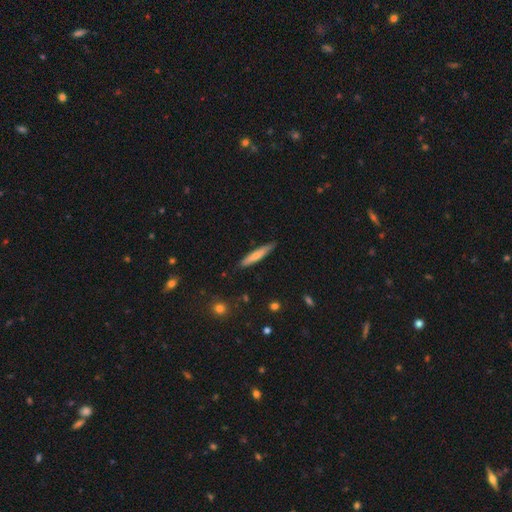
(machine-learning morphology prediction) A smooth galaxy with no disk features (63%) that is cigar-shaped (91%).

Vote fractions:
- Smooth or featured? smooth: 63% / featured or disk: 31% / star or artifact: 6%
- How rounded? cigar-shaped: 91% / in between: 8% / round: 1%
- Merging? none: 86% / minor disturbance: 11% / major disturbance: 2% / merger: 1%